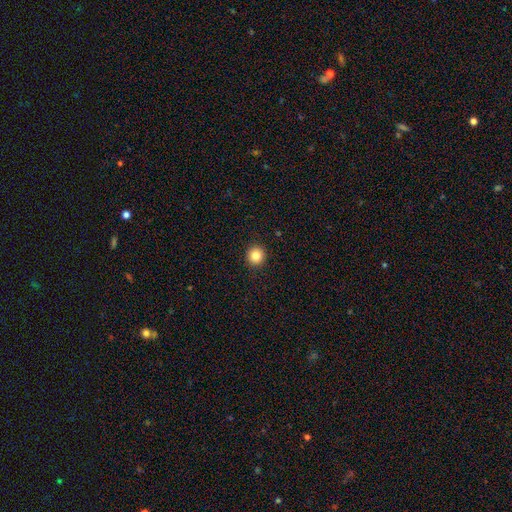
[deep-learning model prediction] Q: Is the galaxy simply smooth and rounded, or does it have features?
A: smooth — 85%.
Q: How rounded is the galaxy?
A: round — 93%.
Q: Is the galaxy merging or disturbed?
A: none — 93%.